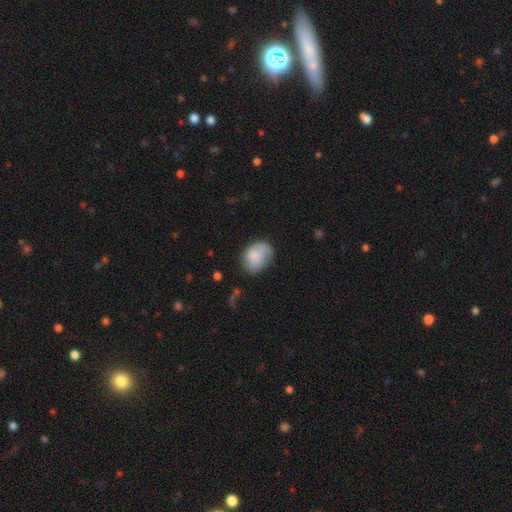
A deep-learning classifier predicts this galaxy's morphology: Smooth or featured?
  - smooth: 76% *
  - featured or disk: 16%
  - star or artifact: 7%
How rounded?
  - in between: 71% *
  - round: 28%
  - cigar-shaped: 1%
Merging?
  - none: 53% *
  - minor disturbance: 32%
  - major disturbance: 12%
  - merger: 3%